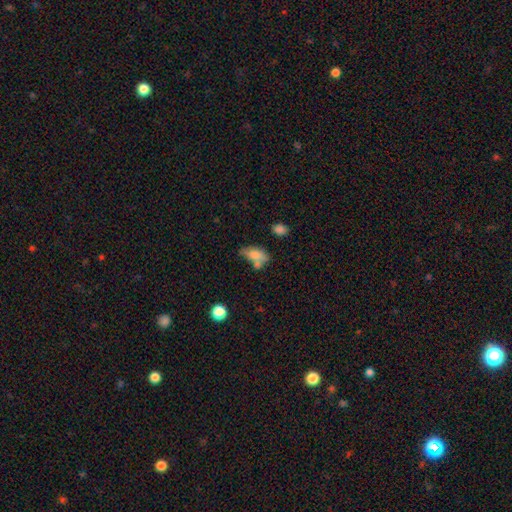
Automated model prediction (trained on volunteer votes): Smooth or featured? smooth (72%)
How rounded? in between (86%)
Merging? none (35%)